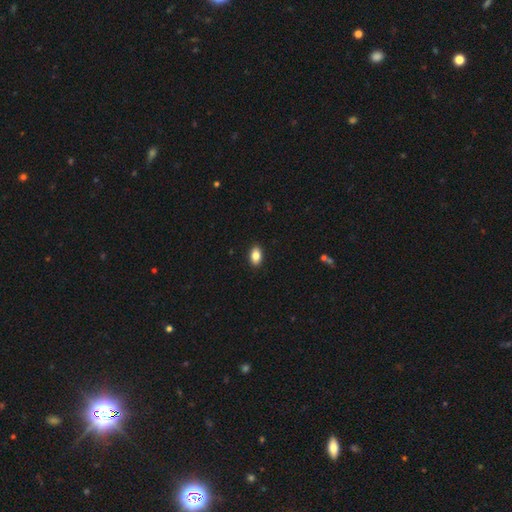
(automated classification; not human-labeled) smooth 85%, star or artifact 8%, featured or disk 7%. Down the decision tree: how rounded — in between (89%); merging — none (90%).